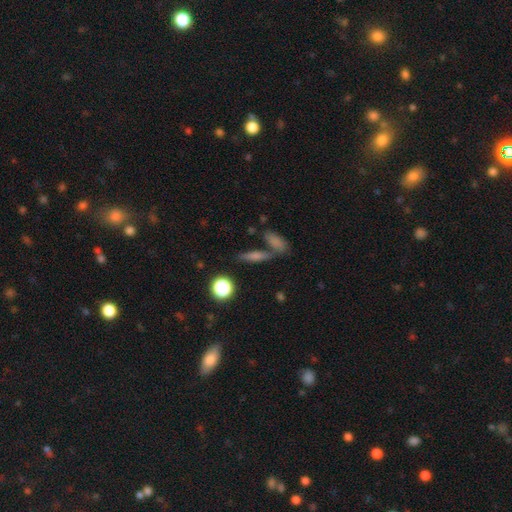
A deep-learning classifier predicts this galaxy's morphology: A smooth galaxy with no disk features (53%) that is cigar-shaped (59%).

Vote fractions:
- Smooth or featured? smooth: 53% / featured or disk: 28% / star or artifact: 18%
- How rounded? cigar-shaped: 59% / in between: 28% / round: 13%
- Merging? none: 63% / merger: 23% / minor disturbance: 9% / major disturbance: 4%